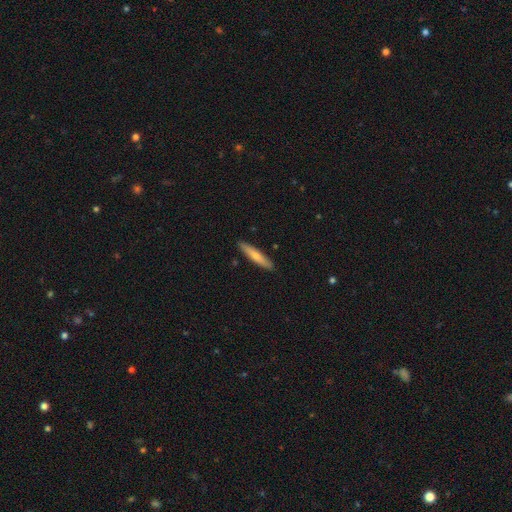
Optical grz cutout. It shows a smooth galaxy with no disk features (55%) that is cigar-shaped (86%). Merging: none (86%).